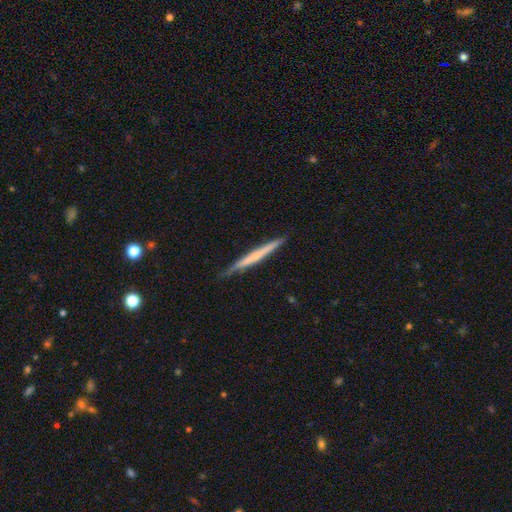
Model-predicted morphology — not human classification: Smooth or featured: smooth — 47% (tied with featured or disk — 47%)
Merging: none — 85% (minor disturbance — 12%)